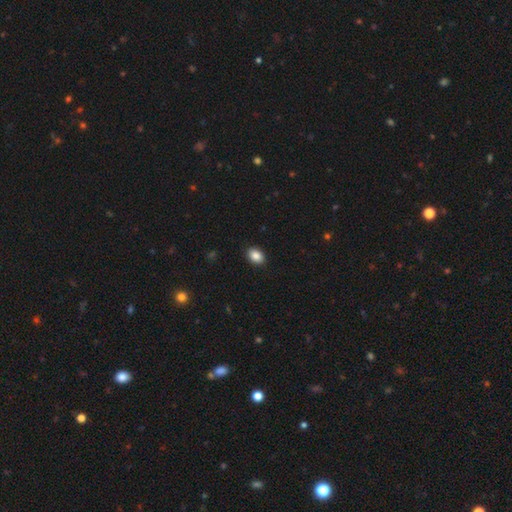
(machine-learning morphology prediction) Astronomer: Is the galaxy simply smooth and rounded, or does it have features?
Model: smooth — 87%.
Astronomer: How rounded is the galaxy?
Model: in between — 74%.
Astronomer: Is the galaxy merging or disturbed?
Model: none — 91%.